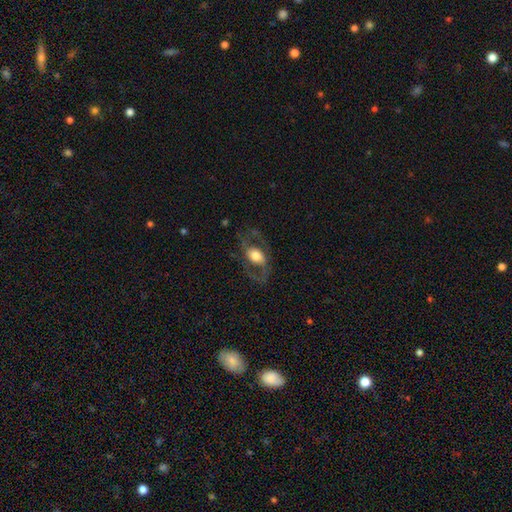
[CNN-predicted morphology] smooth_or_featured: featured or disk (p=0.65) [alt: smooth p=0.29]
disk_edge_on: no (p=0.93) [alt: yes p=0.07]
bar: no (p=0.57) [alt: weak p=0.29]
has_spiral_arms: yes (p=0.70) [alt: no p=0.30]
bulge_size: moderate (p=0.49) [alt: large p=0.39]
merging: none (p=0.65) [alt: major disturbance p=0.18]